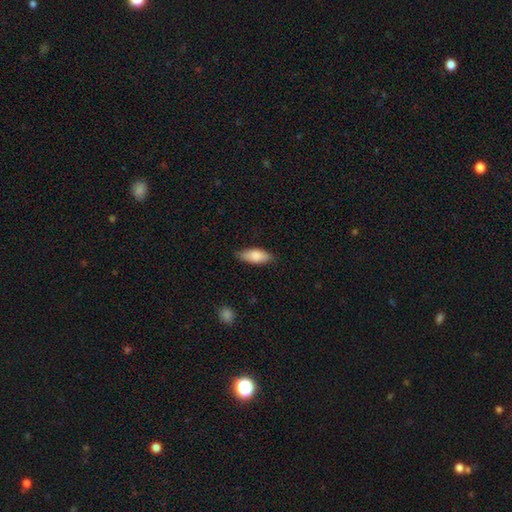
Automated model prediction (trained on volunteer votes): Morphology: type=smooth (82%); roundness=in between (76%); merging=none (82%).